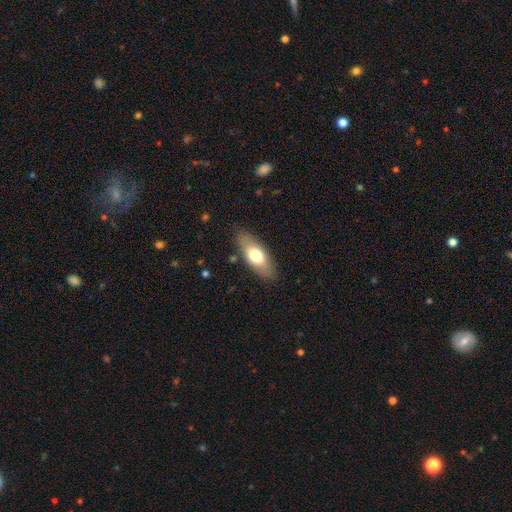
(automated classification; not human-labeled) Smooth or featured?
  - smooth: 67% *
  - featured or disk: 27%
  - star or artifact: 6%
How rounded?
  - in between: 77% *
  - cigar-shaped: 20%
  - round: 3%
Merging?
  - none: 84% *
  - minor disturbance: 12%
  - major disturbance: 3%
  - merger: 1%